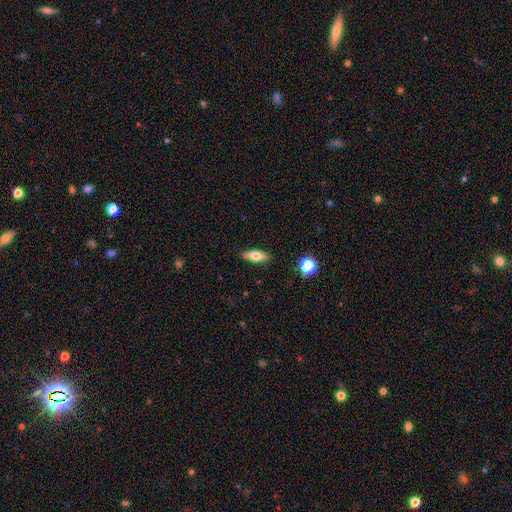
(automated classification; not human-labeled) Q: Smooth or featured?
A: smooth (67%); runner-up: featured or disk (26%)
Q: How rounded?
A: in between (62%); runner-up: cigar-shaped (34%)
Q: Merging?
A: none (87%); runner-up: minor disturbance (10%)